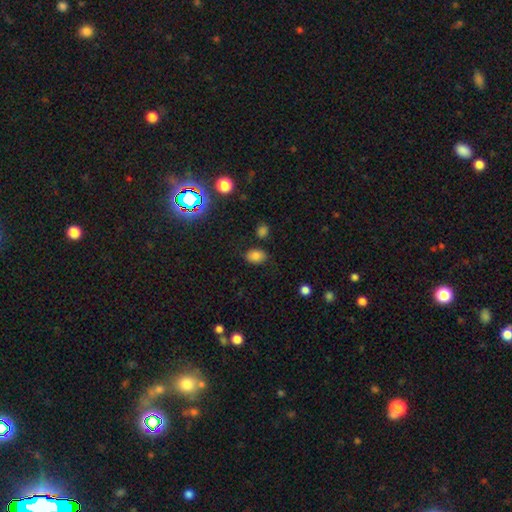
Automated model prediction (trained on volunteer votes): smooth_or_featured: smooth (p=0.78) [alt: star or artifact p=0.14]
how_rounded: in between (p=0.79) [alt: round p=0.20]
merging: none (p=0.80) [alt: minor disturbance p=0.13]